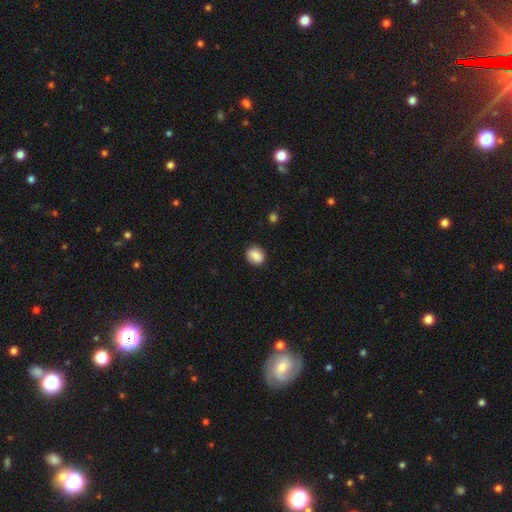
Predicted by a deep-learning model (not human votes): smooth-or-featured: smooth: 84% | star or artifact: 8% | featured or disk: 8%
  how-rounded: round: 55% | in between: 44% | cigar-shaped: 1%
  merging: none: 86% | minor disturbance: 10% | major disturbance: 2% | merger: 1%